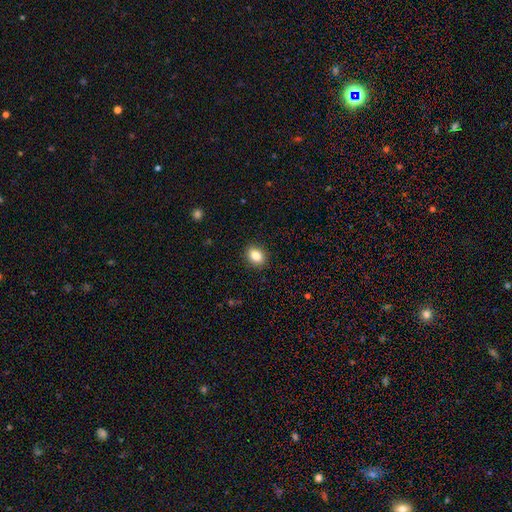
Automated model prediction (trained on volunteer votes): Q: Smooth or featured?
A: smooth (85%); runner-up: star or artifact (9%)
Q: How rounded?
A: in between (66%); runner-up: round (33%)
Q: Merging?
A: none (90%); runner-up: minor disturbance (7%)